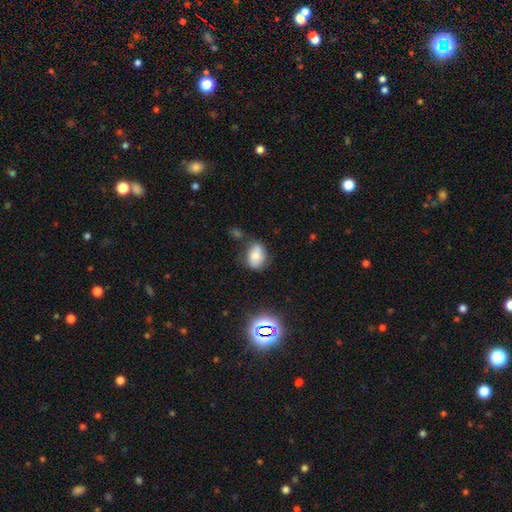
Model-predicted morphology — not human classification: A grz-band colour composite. It shows a smooth galaxy with no disk features (65%) that is in between round and cigar-shaped (70%). Merging: none (54%).